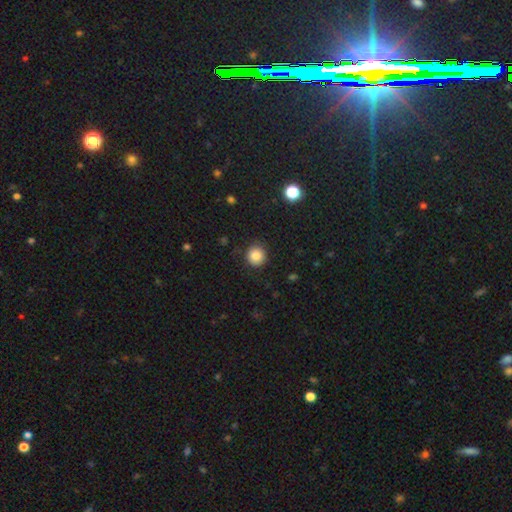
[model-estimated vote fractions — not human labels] smooth-or-featured: smooth: 85% | star or artifact: 10% | featured or disk: 4%
  how-rounded: round: 91% | in between: 8% | cigar-shaped: 1%
  merging: none: 87% | minor disturbance: 9% | major disturbance: 3% | merger: 1%